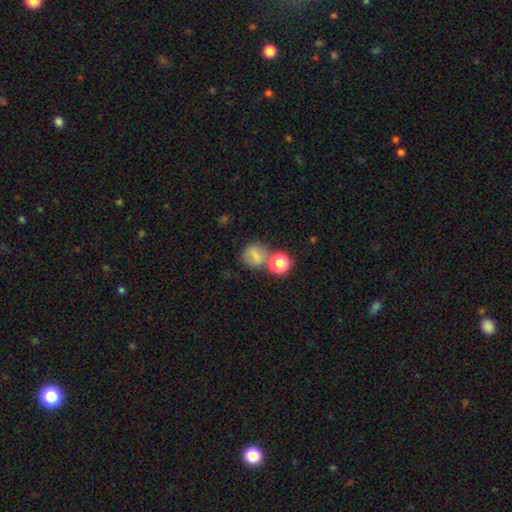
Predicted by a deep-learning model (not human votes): smooth-or-featured: smooth: 73% | star or artifact: 14% | featured or disk: 13%
  how-rounded: round: 80% | in between: 18% | cigar-shaped: 1%
  merging: none: 54% | merger: 29% | minor disturbance: 12% | major disturbance: 5%